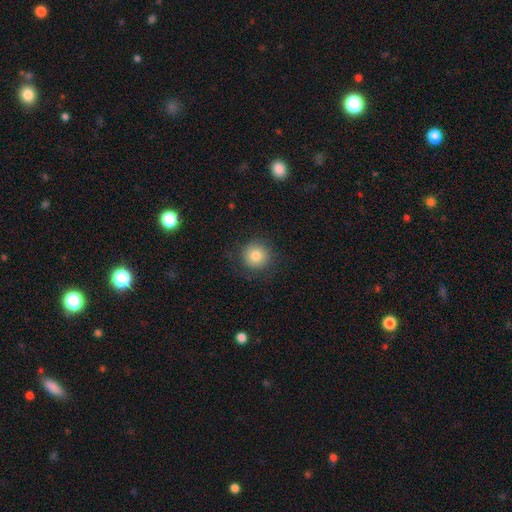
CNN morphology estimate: Overall: smooth (79%). How rounded: round (94%). Merging: none (85%).